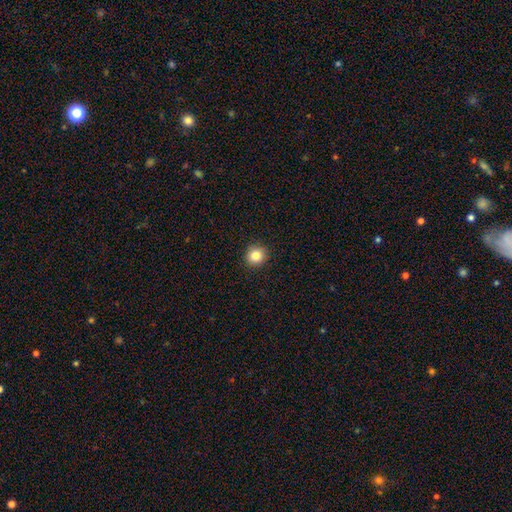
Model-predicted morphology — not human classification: This appears to be a smooth galaxy with no disk features (84%) that is round (88%). Merging: none (92%).